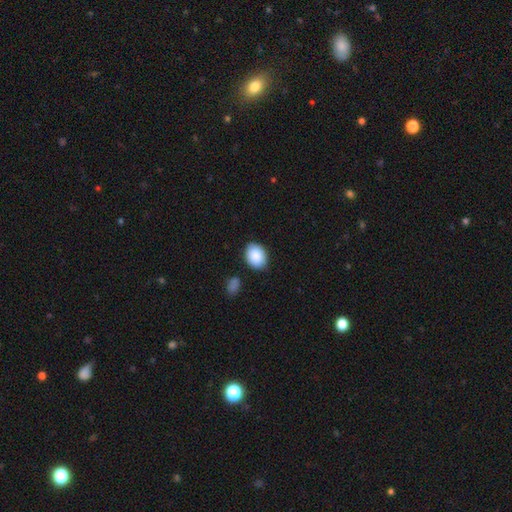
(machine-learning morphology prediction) smooth-or-featured: smooth: 87% | star or artifact: 7% | featured or disk: 6%
  how-rounded: in between: 69% | round: 30% | cigar-shaped: 1%
  merging: none: 83% | minor disturbance: 12% | merger: 3% | major disturbance: 3%